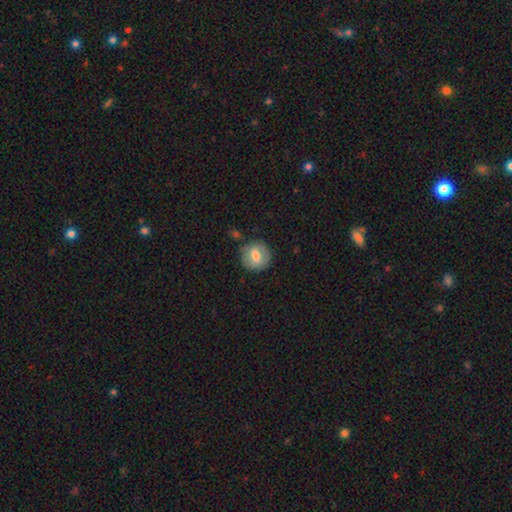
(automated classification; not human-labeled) smooth_or_featured: smooth (p=0.66) [alt: featured or disk p=0.27]
how_rounded: round (p=0.88) [alt: in between p=0.11]
merging: none (p=0.79) [alt: minor disturbance p=0.13]